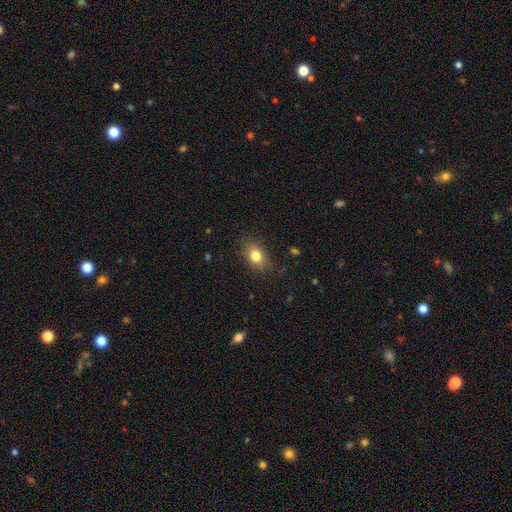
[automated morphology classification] This appears to be a smooth galaxy with no disk features (80%) that is in between round and cigar-shaped (77%). Merging: none (82%).